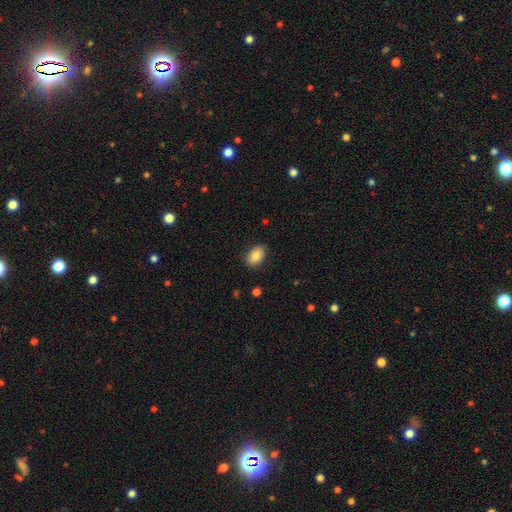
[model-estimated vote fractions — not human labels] Q: Smooth or featured?
A: smooth (86%); runner-up: star or artifact (8%)
Q: How rounded?
A: in between (82%); runner-up: round (17%)
Q: Merging?
A: none (86%); runner-up: minor disturbance (11%)